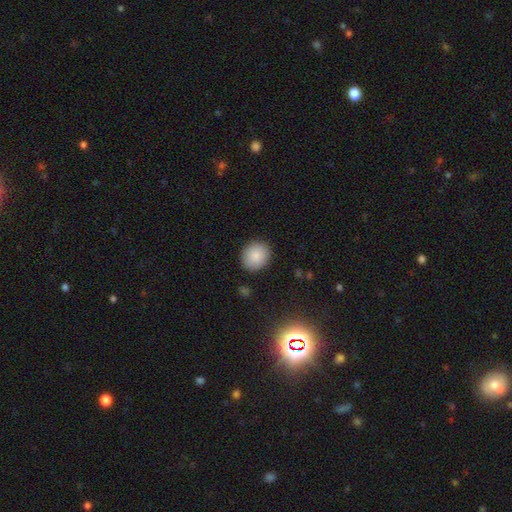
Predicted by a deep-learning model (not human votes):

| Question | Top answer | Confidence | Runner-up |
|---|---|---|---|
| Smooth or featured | smooth | 87% | star or artifact (8%) |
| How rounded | round | 72% | in between (27%) |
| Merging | none | 89% | minor disturbance (8%) |